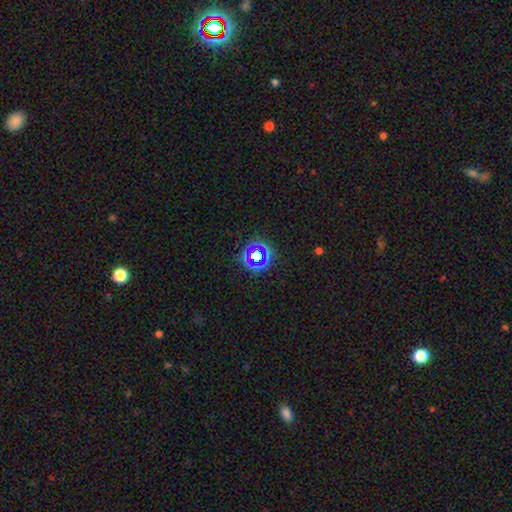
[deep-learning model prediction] A star or artifact, not a galaxy (56%).